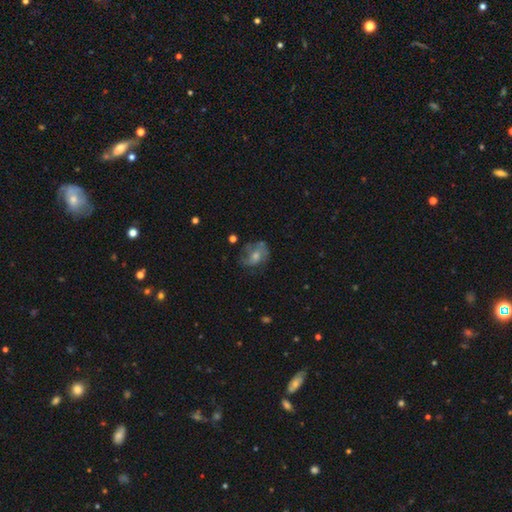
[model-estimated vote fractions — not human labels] The model was most divided on "smooth or featured": featured or disk: 53%, smooth: 29%, star or artifact: 17%. More confident: edge-on disk — no (96%); bar — no (68%); spiral arms — yes (67%); merging — none (59%); bulge size — moderate (55%).